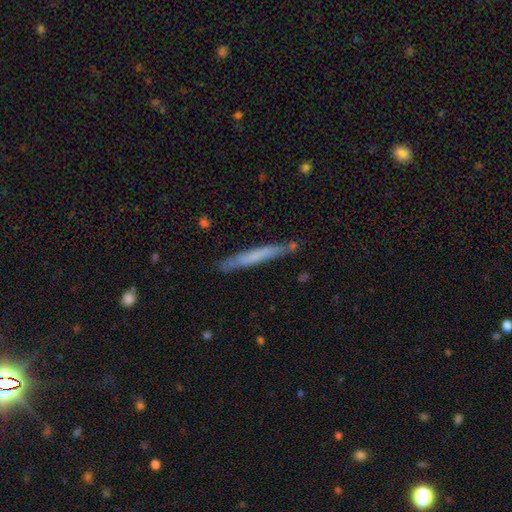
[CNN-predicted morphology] smooth-or-featured: smooth: 58% | featured or disk: 36% | star or artifact: 6%
  how-rounded: cigar-shaped: 96% | in between: 3% | round: 1%
  merging: none: 81% | minor disturbance: 14% | merger: 3% | major disturbance: 2%